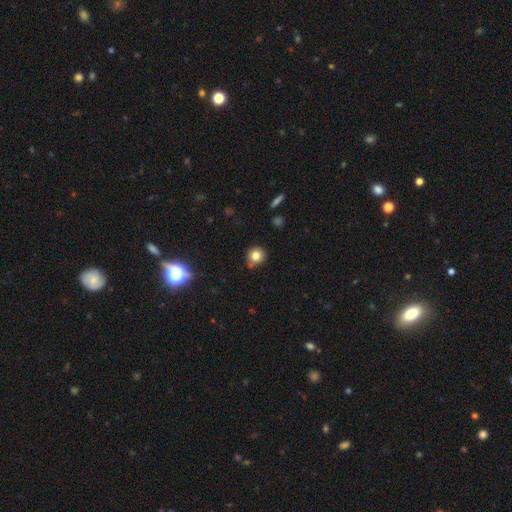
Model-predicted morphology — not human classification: Overall: smooth (80%). How rounded: round (89%). Merging: none (80%).